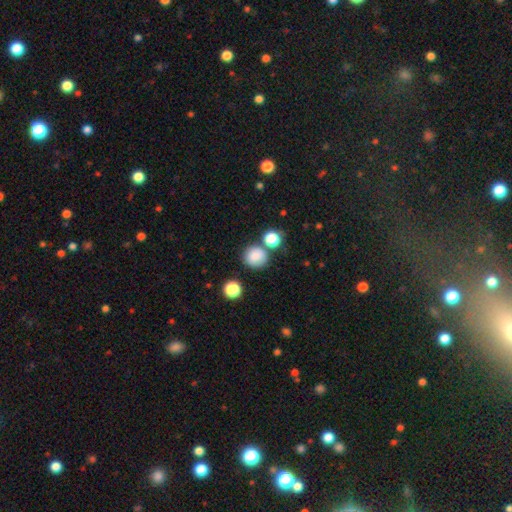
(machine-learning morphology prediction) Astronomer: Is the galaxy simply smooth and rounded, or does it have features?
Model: smooth — 83%.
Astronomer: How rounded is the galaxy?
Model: round — 88%.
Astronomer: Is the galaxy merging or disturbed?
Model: none — 72%.